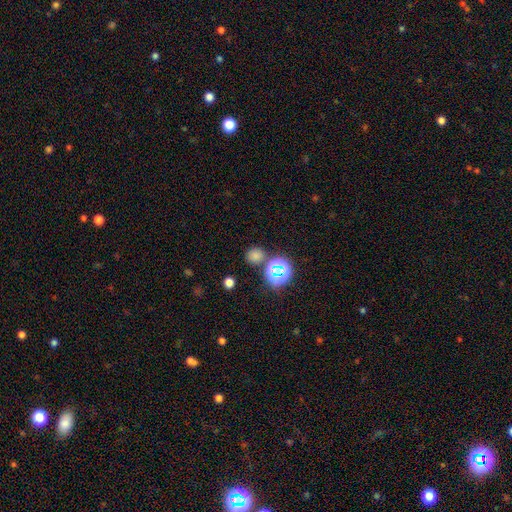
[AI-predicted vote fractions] Q: Smooth or featured?
A: smooth (68%); runner-up: star or artifact (27%)
Q: How rounded?
A: round (85%); runner-up: in between (14%)
Q: Merging?
A: none (79%); runner-up: merger (9%)